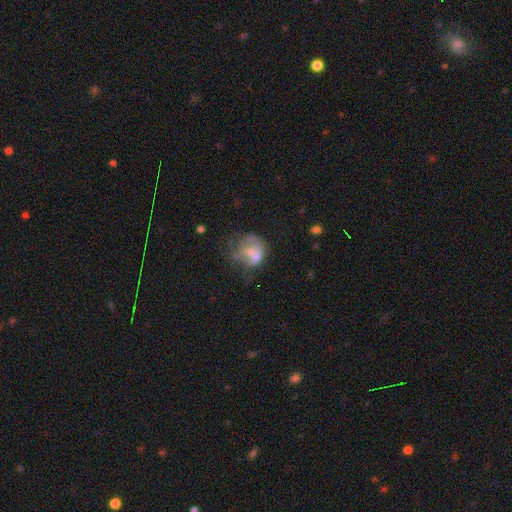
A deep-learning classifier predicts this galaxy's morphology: smooth_or_featured: featured or disk (p=0.48) [alt: smooth p=0.40]
merging: none (p=0.30) [alt: major disturbance p=0.29]